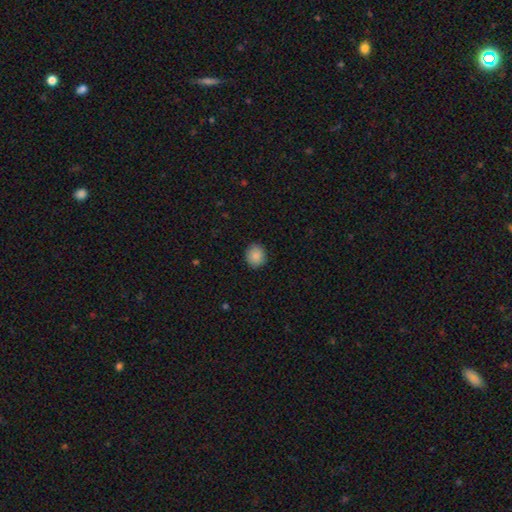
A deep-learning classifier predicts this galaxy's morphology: A smooth galaxy with no disk features (87%) that is round (78%).

Vote fractions:
- Smooth or featured? smooth: 87% / star or artifact: 8% / featured or disk: 4%
- How rounded? round: 78% / in between: 21% / cigar-shaped: 1%
- Merging? none: 89% / minor disturbance: 8% / major disturbance: 2% / merger: 1%